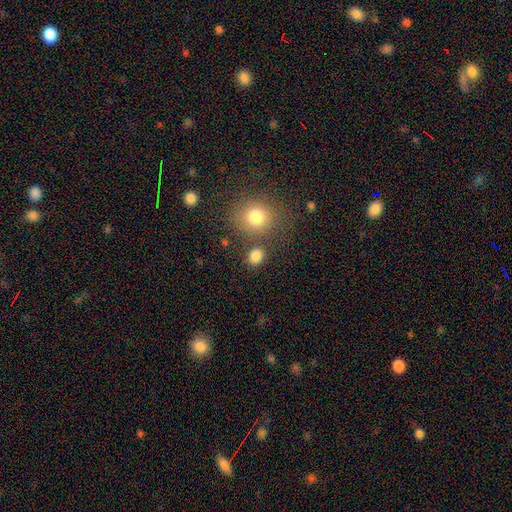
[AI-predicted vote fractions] Smooth or featured: smooth — 83% (star or artifact — 12%)
How rounded: round — 65% (in between — 34%)
Merging: none — 76% (merger — 11%)